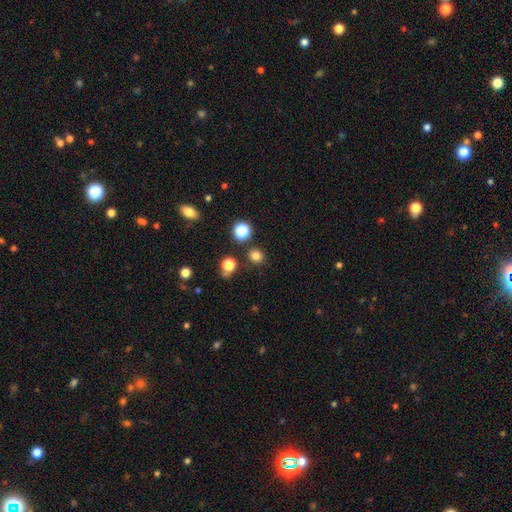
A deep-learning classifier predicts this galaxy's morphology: This is likely a smooth galaxy (79%). How rounded: clearly round (85%). Merging: clearly none (84%).